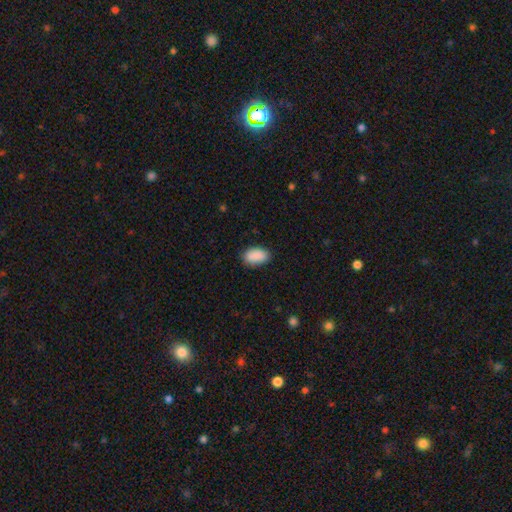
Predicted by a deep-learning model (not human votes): Smooth or featured?
  - smooth: 90% *
  - star or artifact: 7%
  - featured or disk: 3%
How rounded?
  - in between: 91% *
  - round: 7%
  - cigar-shaped: 2%
Merging?
  - none: 81% *
  - minor disturbance: 15%
  - major disturbance: 3%
  - merger: 1%